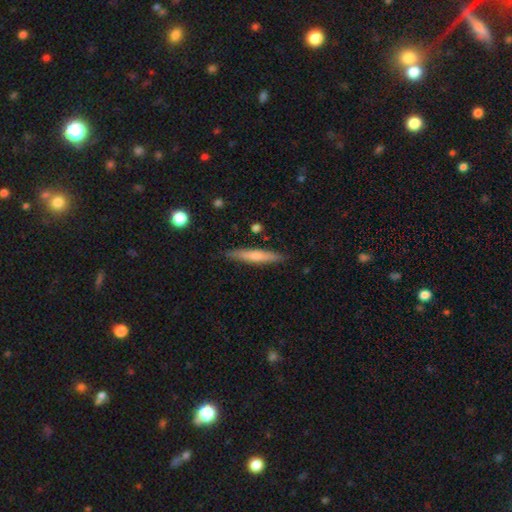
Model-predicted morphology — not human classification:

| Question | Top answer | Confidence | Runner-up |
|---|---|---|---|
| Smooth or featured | smooth | 61% | featured or disk (34%) |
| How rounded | cigar-shaped | 93% | in between (5%) |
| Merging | none | 88% | minor disturbance (9%) |